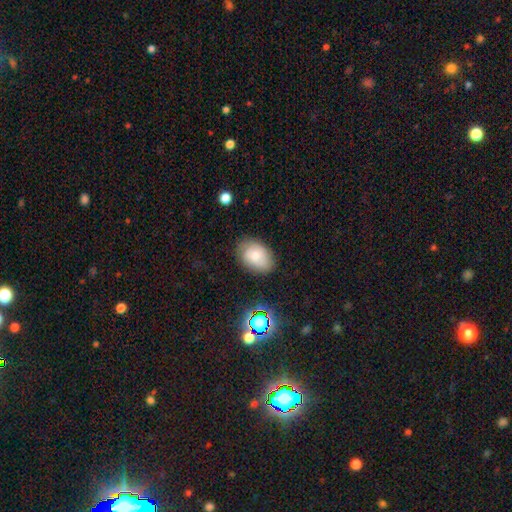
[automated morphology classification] Smooth or featured: smooth — 73% (featured or disk — 18%)
How rounded: in between — 82% (round — 17%)
Merging: none — 77% (minor disturbance — 17%)